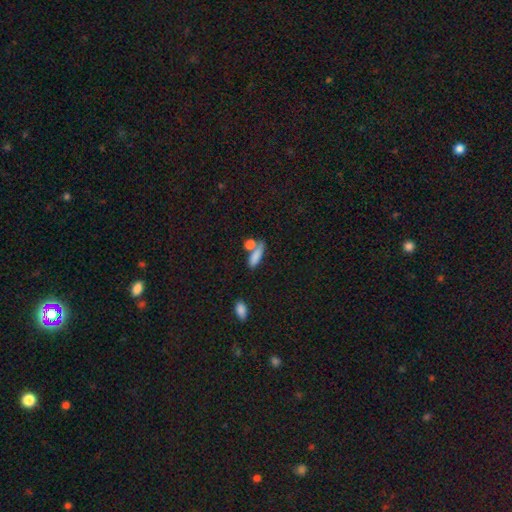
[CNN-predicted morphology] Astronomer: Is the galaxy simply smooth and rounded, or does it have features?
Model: smooth — 81%.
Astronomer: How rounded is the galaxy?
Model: in between — 53% (runner-up: cigar-shaped, 40%).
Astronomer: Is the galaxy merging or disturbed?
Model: none — 47% (runner-up: merger, 32%).